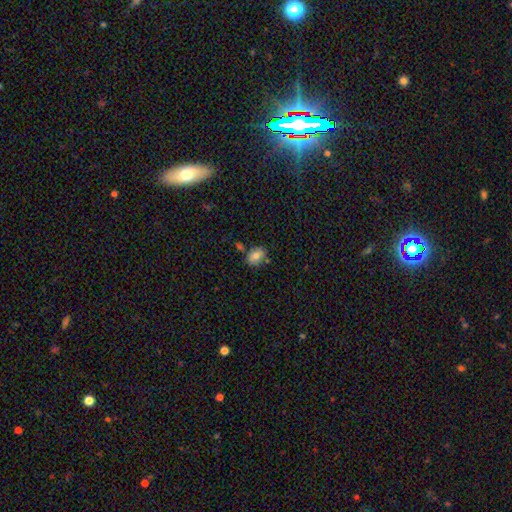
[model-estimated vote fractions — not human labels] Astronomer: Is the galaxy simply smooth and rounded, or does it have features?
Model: smooth — 78%.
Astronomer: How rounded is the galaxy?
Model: in between — 67%.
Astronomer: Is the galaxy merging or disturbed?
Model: none — 72%.